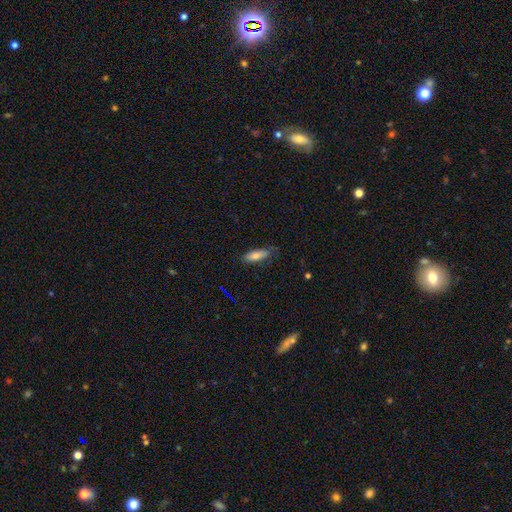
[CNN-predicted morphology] A smooth galaxy with no disk features (76%) that is in between round and cigar-shaped (65%).

Vote fractions:
- Smooth or featured? smooth: 76% / featured or disk: 16% / star or artifact: 8%
- How rounded? in between: 65% / cigar-shaped: 33% / round: 2%
- Merging? none: 66% / minor disturbance: 26% / major disturbance: 7% / merger: 2%